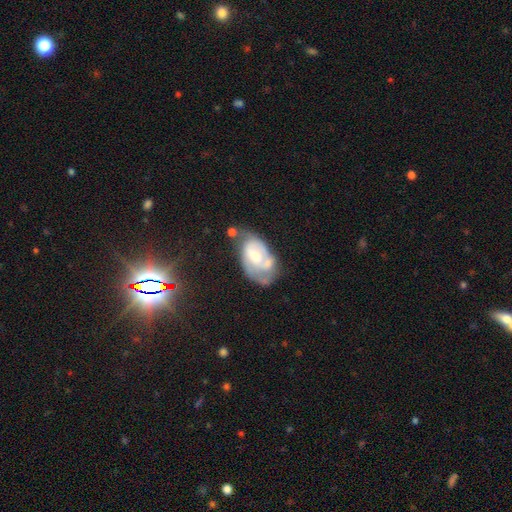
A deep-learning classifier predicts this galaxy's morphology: Smooth or featured: featured or disk — 65% (smooth — 29%)
Edge-on disk: no — 96% (yes — 4%)
Bar: no — 58% (weak — 34%)
Spiral arms: yes — 69% (no — 31%)
Bulge size: moderate — 48% (small — 32%)
Merging: none — 33% (minor disturbance — 28%)